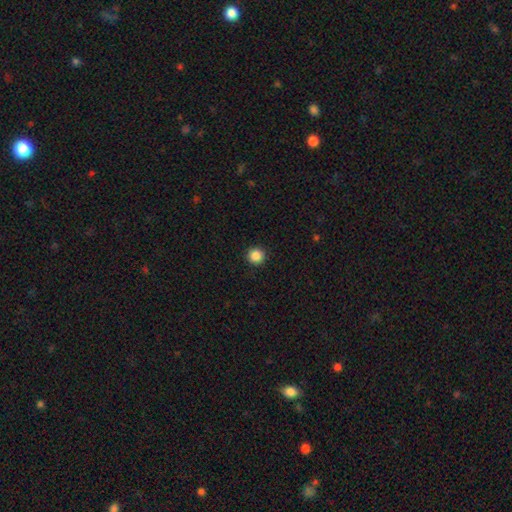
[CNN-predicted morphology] This appears to be a smooth galaxy with no disk features (87%) that is round (96%). Merging: none (93%).